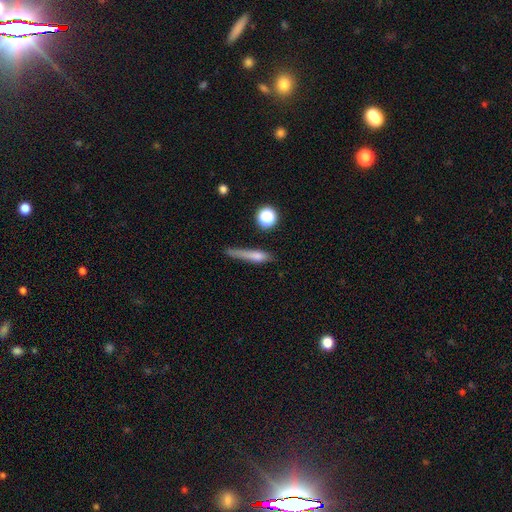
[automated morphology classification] Smooth or featured? Predicted: smooth (p=0.58). How rounded? Predicted: cigar-shaped (p=0.83). Merging? Predicted: none (p=0.56).